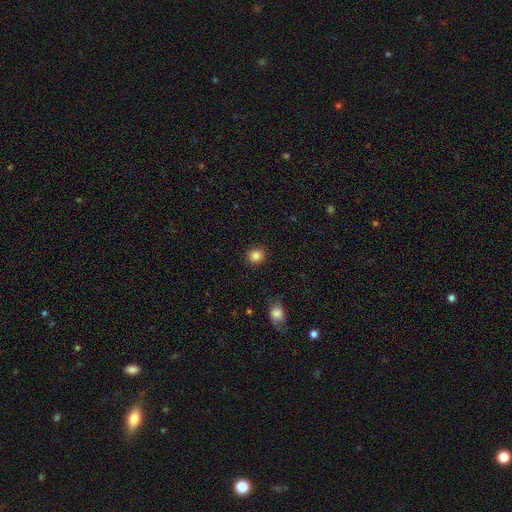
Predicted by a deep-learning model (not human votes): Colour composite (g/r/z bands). It shows a smooth galaxy with no disk features (86%) that is round (87%). Merging: none (91%).